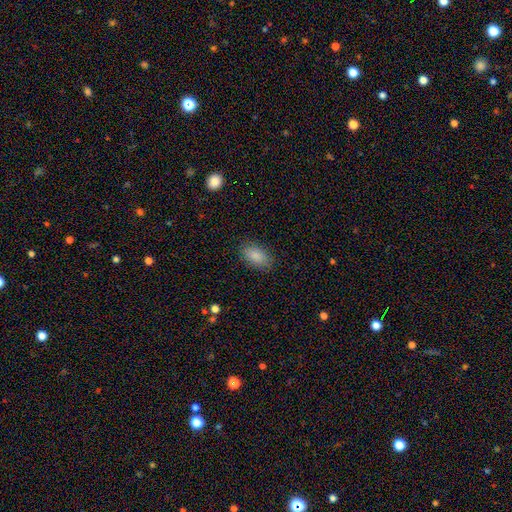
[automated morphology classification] Q: Smooth or featured?
A: smooth (88%); runner-up: star or artifact (7%)
Q: How rounded?
A: in between (93%); runner-up: round (5%)
Q: Merging?
A: none (86%); runner-up: minor disturbance (10%)